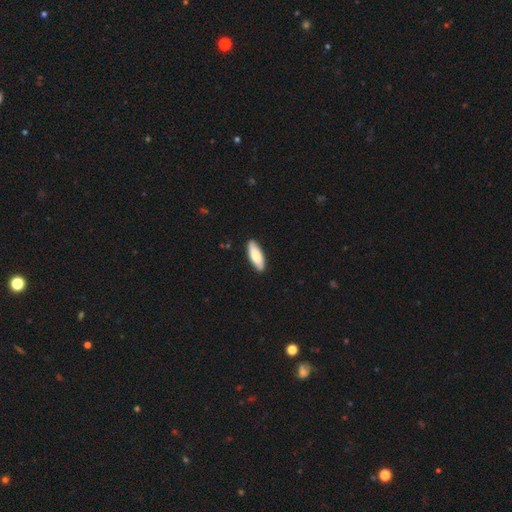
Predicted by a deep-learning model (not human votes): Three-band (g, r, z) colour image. It shows a smooth galaxy with no disk features (79%) that is in between round and cigar-shaped (63%). Merging: none (89%).